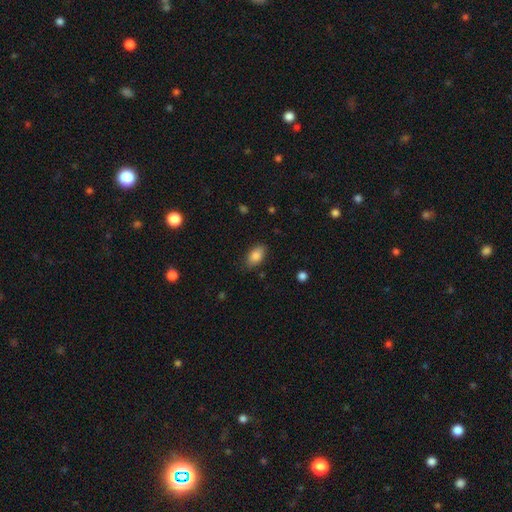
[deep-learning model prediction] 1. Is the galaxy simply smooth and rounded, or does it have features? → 86% smooth, 8% star or artifact, 7% featured or disk.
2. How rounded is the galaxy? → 91% in between, 6% round, 4% cigar-shaped.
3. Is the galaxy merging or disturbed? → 84% none, 12% minor disturbance, 3% major disturbance, 1% merger.